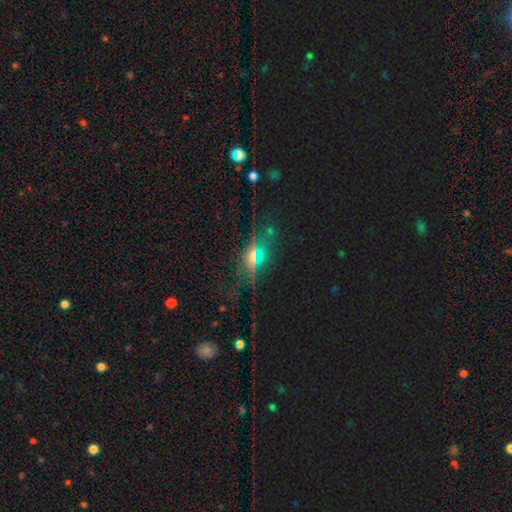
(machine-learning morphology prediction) The model was most divided on "smooth or featured": star or artifact: 45%, smooth: 29%, featured or disk: 26%.